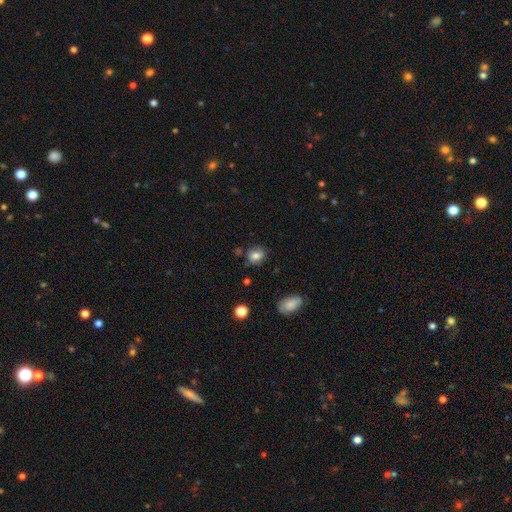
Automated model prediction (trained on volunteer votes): Smooth or featured? smooth (75%)
How rounded? round (54%)
Merging? none (68%)